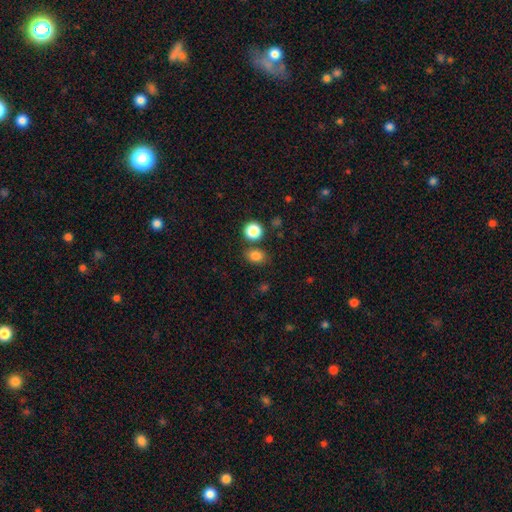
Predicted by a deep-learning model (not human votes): This appears to be a smooth galaxy with no disk features (83%) that is in between round and cigar-shaped (54%). Merging: none (76%).